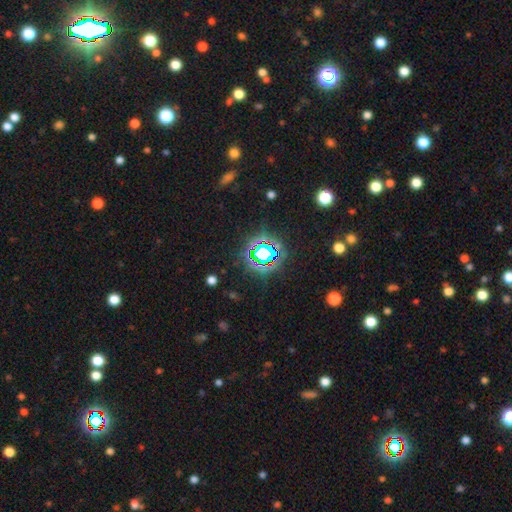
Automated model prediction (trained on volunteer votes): Q: Smooth or featured?
A: star or artifact (78%); runner-up: smooth (15%)